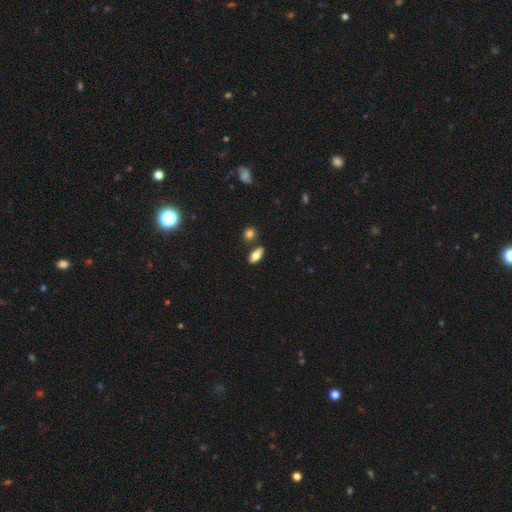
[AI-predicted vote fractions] Smooth or featured? Predicted: smooth (p=0.77). How rounded? Predicted: in between (p=0.86). Merging? Predicted: none (p=0.71).